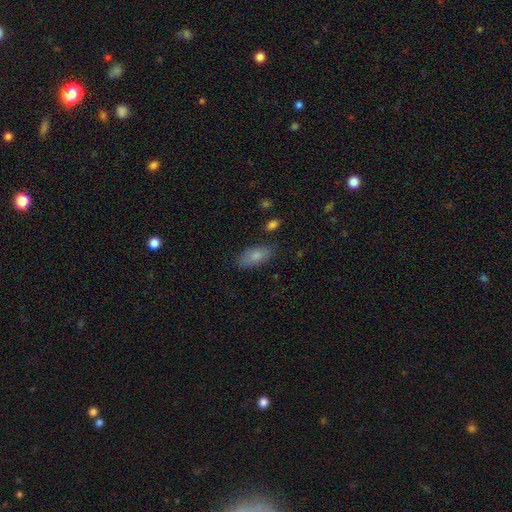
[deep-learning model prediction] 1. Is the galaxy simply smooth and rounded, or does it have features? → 81% smooth, 11% featured or disk, 7% star or artifact.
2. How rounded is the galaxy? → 85% in between, 13% cigar-shaped, 2% round.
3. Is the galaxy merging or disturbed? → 79% none, 15% minor disturbance, 4% major disturbance, 2% merger.